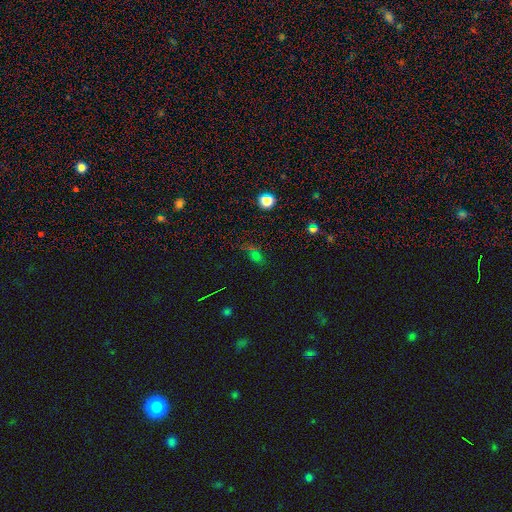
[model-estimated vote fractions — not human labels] Smooth or featured?
  - smooth: 48% *
  - star or artifact: 41%
  - featured or disk: 11%
Merging?
  - none: 61% *
  - minor disturbance: 18%
  - merger: 11%
  - major disturbance: 10%